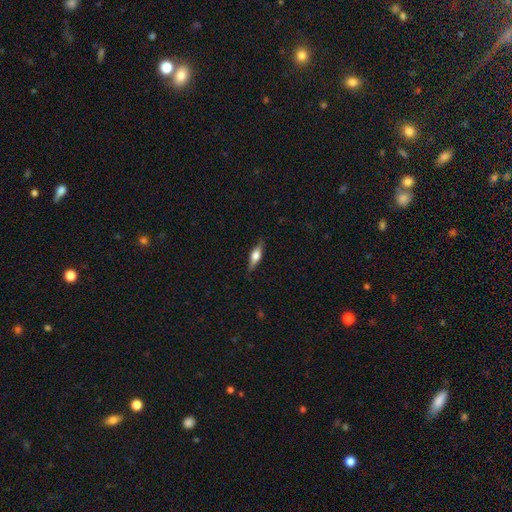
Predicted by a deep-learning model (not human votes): This appears to be a featured or disk galaxy (58%) viewed edge-on (95%) with a rounded central bulge (90%). Merging: none (86%).